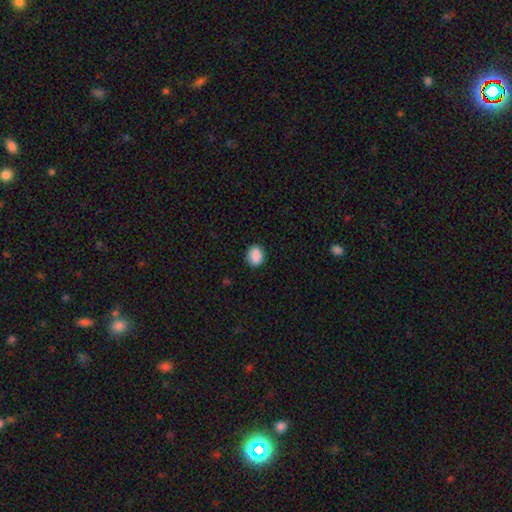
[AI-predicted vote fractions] smooth_or_featured: smooth (p=0.88) [alt: star or artifact p=0.08]
how_rounded: round (p=0.60) [alt: in between p=0.39]
merging: none (p=0.86) [alt: minor disturbance p=0.11]